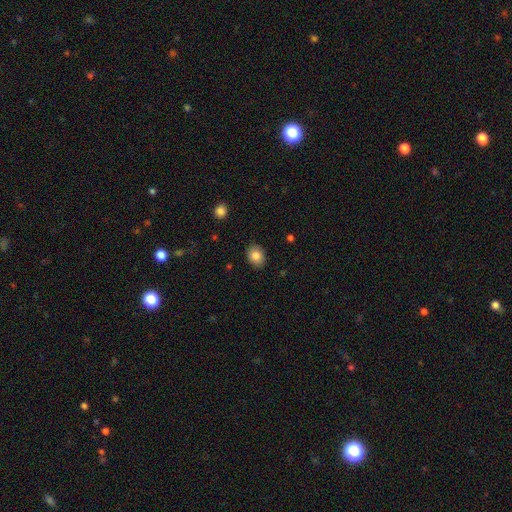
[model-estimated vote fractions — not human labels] smooth-or-featured: smooth: 85% | star or artifact: 9% | featured or disk: 7%
  how-rounded: in between: 60% | round: 39% | cigar-shaped: 1%
  merging: none: 88% | minor disturbance: 9% | major disturbance: 2% | merger: 1%